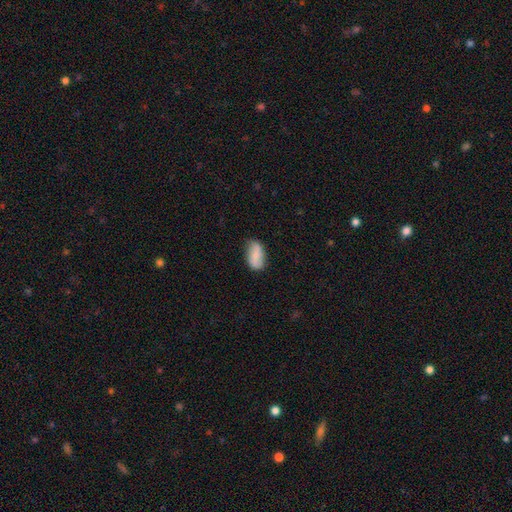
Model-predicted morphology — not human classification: This is likely a smooth galaxy (73%). How rounded: clearly in between (92%). Merging: likely none (66%).